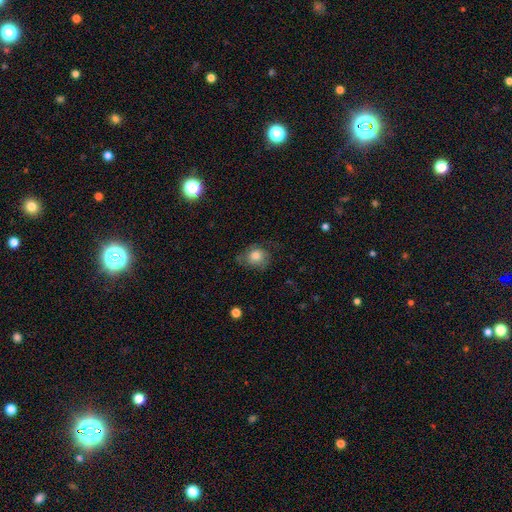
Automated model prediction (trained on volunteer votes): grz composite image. It shows a smooth galaxy with no disk features (58%) that is round (68%). Merging: none (61%).